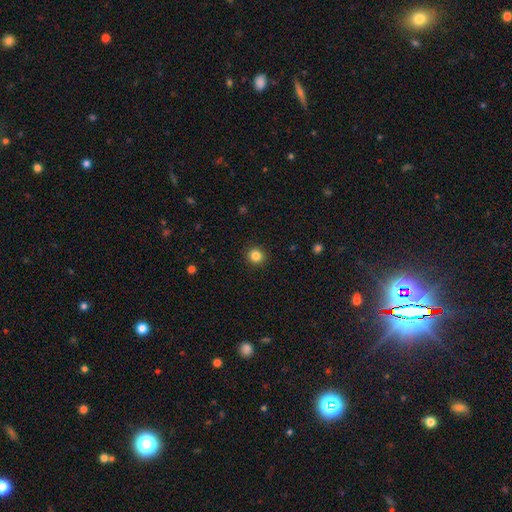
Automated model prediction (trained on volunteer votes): smooth 84%, star or artifact 11%, featured or disk 4%. Down the decision tree: how rounded — round (92%); merging — none (92%).